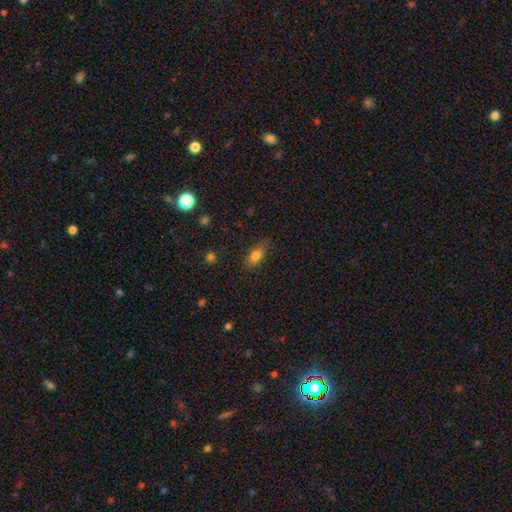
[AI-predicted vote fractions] Q: Smooth or featured?
A: smooth (79%); runner-up: featured or disk (11%)
Q: How rounded?
A: in between (81%); runner-up: cigar-shaped (11%)
Q: Merging?
A: none (80%); runner-up: minor disturbance (15%)